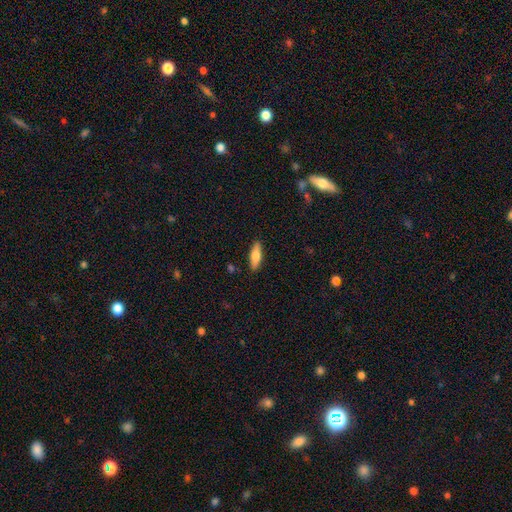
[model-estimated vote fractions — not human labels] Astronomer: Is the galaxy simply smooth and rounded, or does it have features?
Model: smooth — 75%.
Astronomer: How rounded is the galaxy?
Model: in between — 55% (runner-up: cigar-shaped, 43%).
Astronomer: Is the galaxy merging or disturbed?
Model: none — 89%.